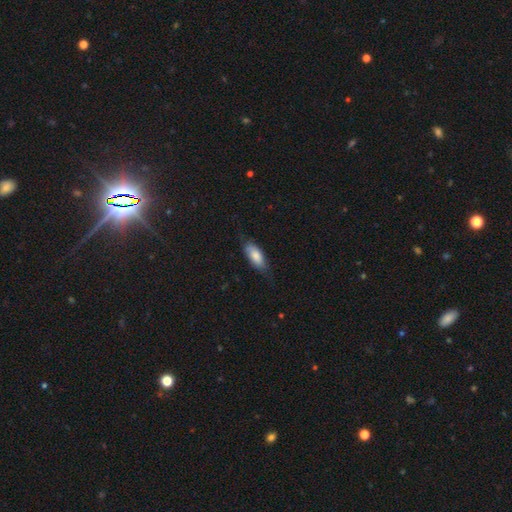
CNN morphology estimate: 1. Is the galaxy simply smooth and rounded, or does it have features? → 80% smooth, 14% featured or disk, 6% star or artifact.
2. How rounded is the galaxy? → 80% in between, 18% cigar-shaped, 2% round.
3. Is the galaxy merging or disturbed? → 68% none, 25% minor disturbance, 6% major disturbance, 1% merger.